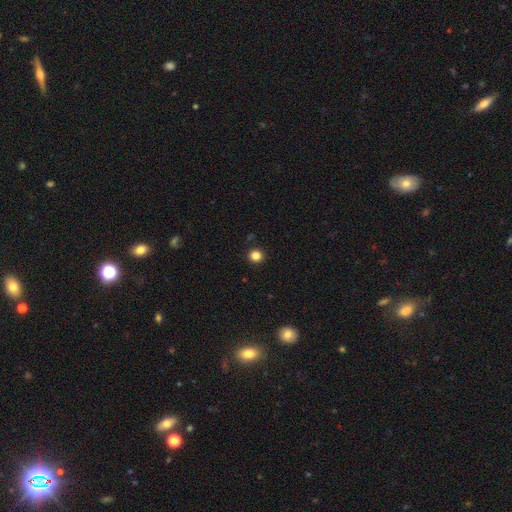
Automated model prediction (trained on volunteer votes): Smooth or featured: smooth — 84% (star or artifact — 12%)
How rounded: round — 94% (in between — 6%)
Merging: none — 93% (minor disturbance — 4%)